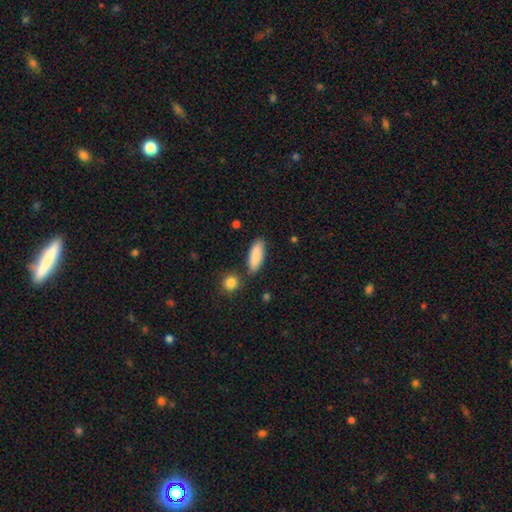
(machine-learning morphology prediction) Q: Smooth or featured?
A: smooth (88%); runner-up: star or artifact (6%)
Q: How rounded?
A: in between (70%); runner-up: cigar-shaped (28%)
Q: Merging?
A: none (79%); runner-up: minor disturbance (12%)